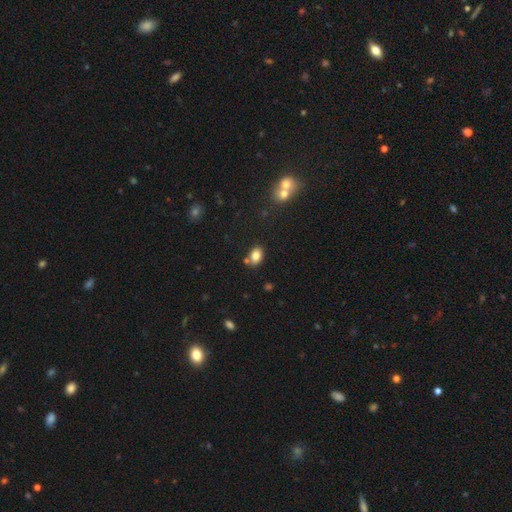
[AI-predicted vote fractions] A smooth galaxy with no disk features (82%) that is in between round and cigar-shaped (78%).

Vote fractions:
- Smooth or featured? smooth: 82% / star or artifact: 10% / featured or disk: 8%
- How rounded? in between: 78% / round: 20% / cigar-shaped: 1%
- Merging? none: 69% / merger: 14% / minor disturbance: 13% / major disturbance: 3%